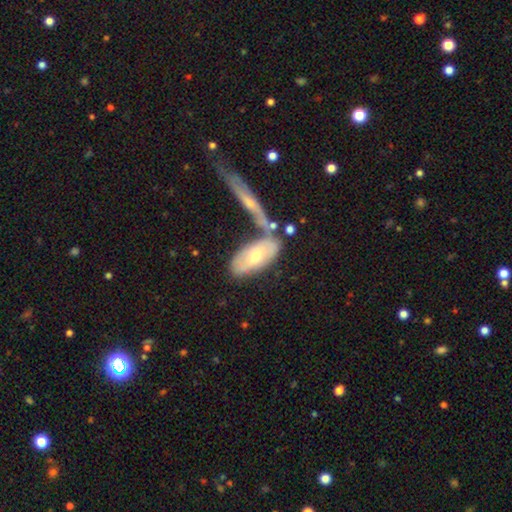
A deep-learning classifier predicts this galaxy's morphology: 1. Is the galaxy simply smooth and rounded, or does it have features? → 50% smooth, 45% featured or disk, 5% star or artifact.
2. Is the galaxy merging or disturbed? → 48% none, 31% merger, 15% minor disturbance, 6% major disturbance.